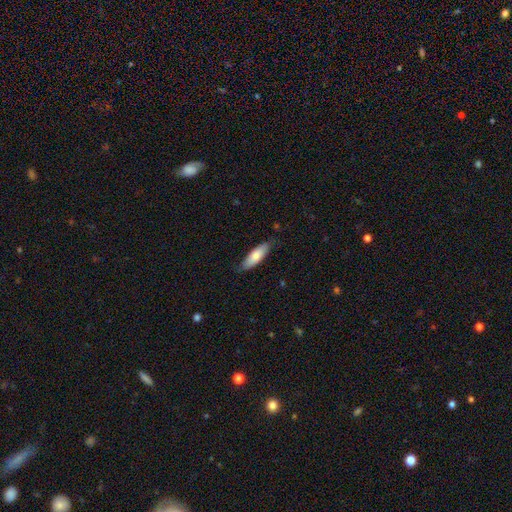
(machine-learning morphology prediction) type=smooth (76%); roundness=in between (58%); merging=none (80%).